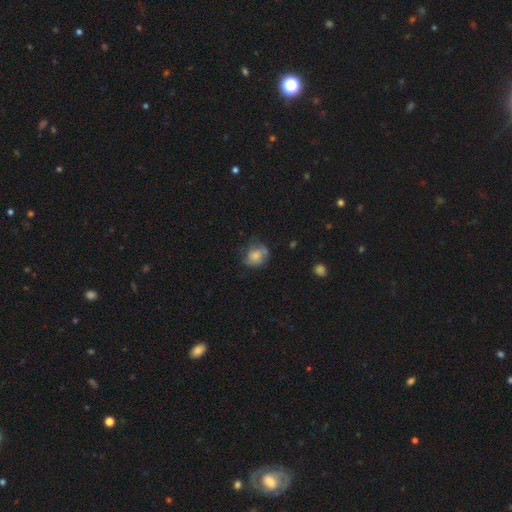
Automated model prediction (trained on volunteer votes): Smooth or featured: smooth — 63% (featured or disk — 28%)
How rounded: round — 63% (in between — 36%)
Merging: none — 51% (minor disturbance — 30%)